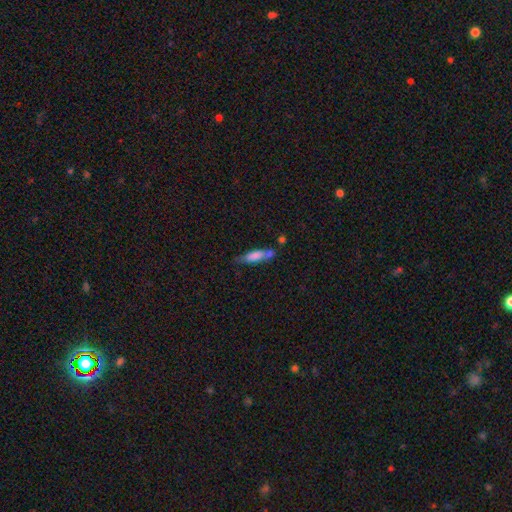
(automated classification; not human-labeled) The model was most divided on "merging": none: 48%, merger: 23%, minor disturbance: 22%, major disturbance: 7%. More confident: smooth or featured — smooth (71%); how rounded — cigar-shaped (67%).